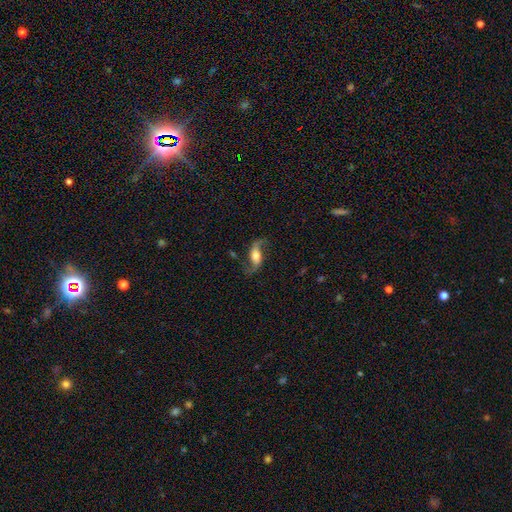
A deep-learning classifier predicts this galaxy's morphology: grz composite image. It shows a featured or disk galaxy (76%) with no bar (40%), 2 (92%) loose (81%) spiral arms (93%) and a moderate central bulge (49%). Merging: none (72%).